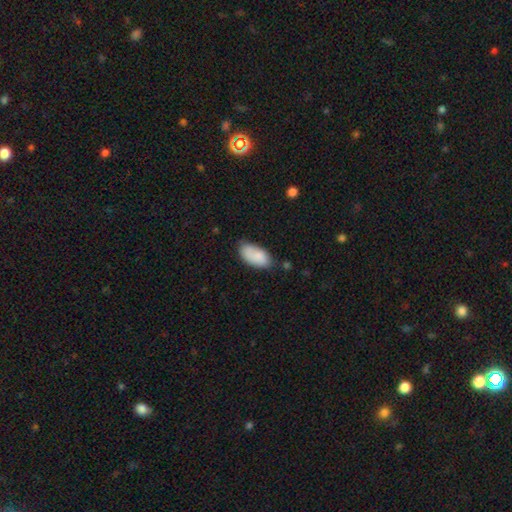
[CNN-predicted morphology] smooth_or_featured: smooth (p=0.83) [alt: featured or disk p=0.10]
how_rounded: in between (p=0.94) [alt: round p=0.03]
merging: none (p=0.64) [alt: minor disturbance p=0.25]